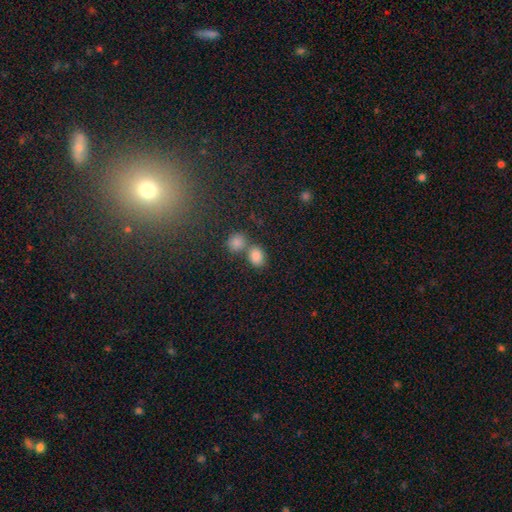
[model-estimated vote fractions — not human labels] Q: Smooth or featured?
A: smooth (83%); runner-up: star or artifact (11%)
Q: How rounded?
A: in between (51%); runner-up: round (48%)
Q: Merging?
A: none (50%); runner-up: merger (37%)